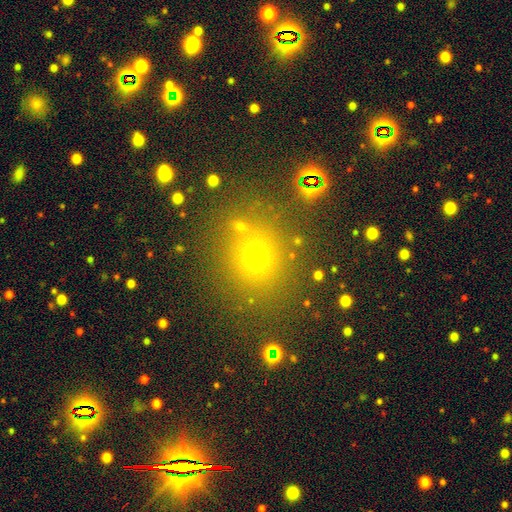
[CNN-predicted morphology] A smooth galaxy with no disk features (56%) that is round (86%). Merging: none (83%).